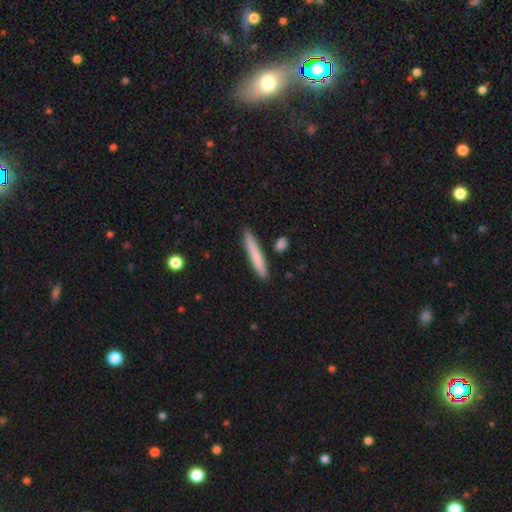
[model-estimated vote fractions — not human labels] A smooth galaxy with no disk features (76%) that is cigar-shaped (95%).

Vote fractions:
- Smooth or featured? smooth: 76% / featured or disk: 18% / star or artifact: 6%
- How rounded? cigar-shaped: 95% / in between: 4% / round: 1%
- Merging? none: 87% / minor disturbance: 8% / merger: 3% / major disturbance: 2%